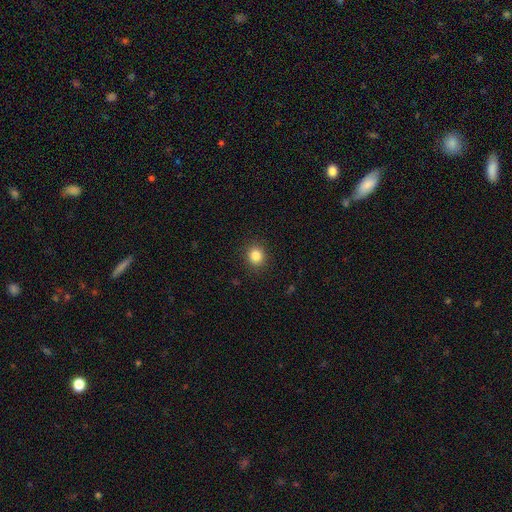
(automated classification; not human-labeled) Smooth or featured? smooth (84%)
How rounded? round (85%)
Merging? none (91%)